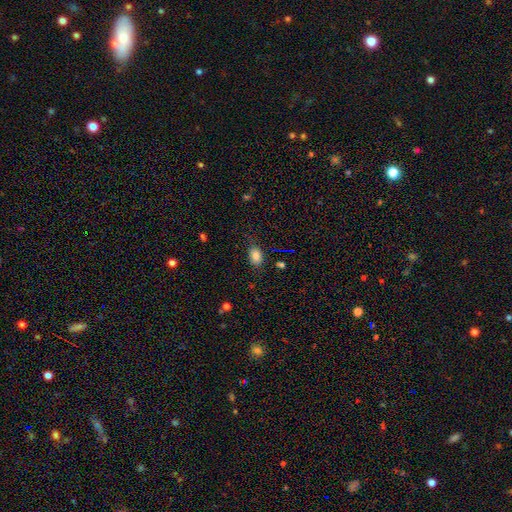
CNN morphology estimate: A smooth galaxy with no disk features (82%) that is in between round and cigar-shaped (80%).

Vote fractions:
- Smooth or featured? smooth: 82% / star or artifact: 10% / featured or disk: 8%
- How rounded? in between: 80% / round: 18% / cigar-shaped: 1%
- Merging? none: 77% / minor disturbance: 17% / major disturbance: 4% / merger: 2%